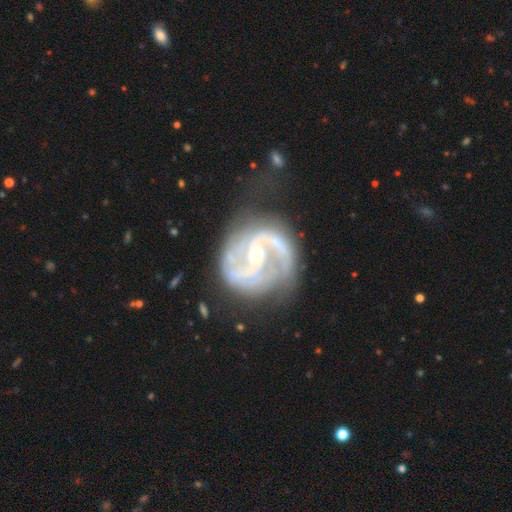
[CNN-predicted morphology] featured or disk 90%, star or artifact 5%, smooth 5%. Down the decision tree: edge-on disk — no (98%); bar — weak (44%); spiral arms — yes (97%); spiral arm count — 2 (78%); spiral winding — medium (52%); bulge size — small (48%); merging — none (59%).